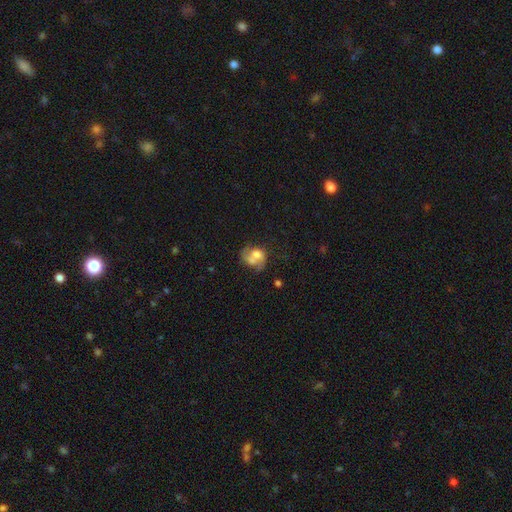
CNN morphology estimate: Q: Smooth or featured?
A: smooth (49%); runner-up: featured or disk (41%)
Q: Merging?
A: merger (48%); runner-up: none (23%)